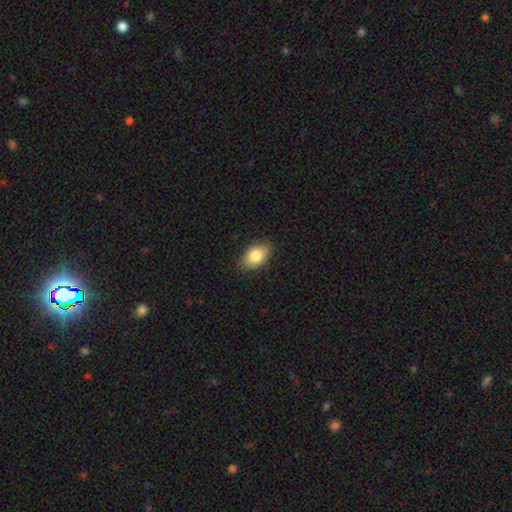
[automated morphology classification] Smooth or featured?
  - smooth: 82% *
  - featured or disk: 10%
  - star or artifact: 7%
How rounded?
  - in between: 89% *
  - round: 8%
  - cigar-shaped: 2%
Merging?
  - none: 85% *
  - minor disturbance: 12%
  - major disturbance: 2%
  - merger: 1%